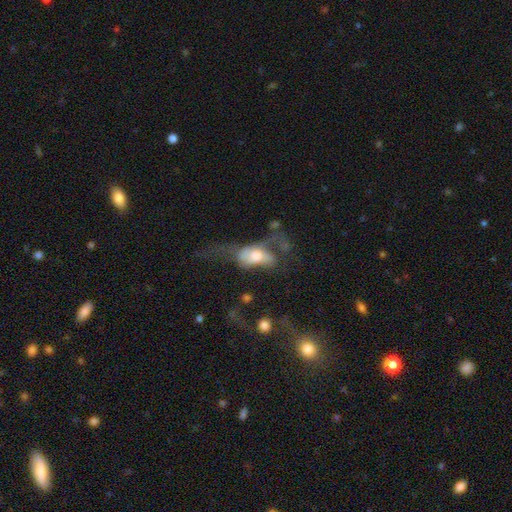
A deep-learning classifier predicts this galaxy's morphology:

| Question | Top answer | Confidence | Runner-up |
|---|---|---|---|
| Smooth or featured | featured or disk | 46% | smooth (43%) |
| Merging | major disturbance | 56% | none (17%) |